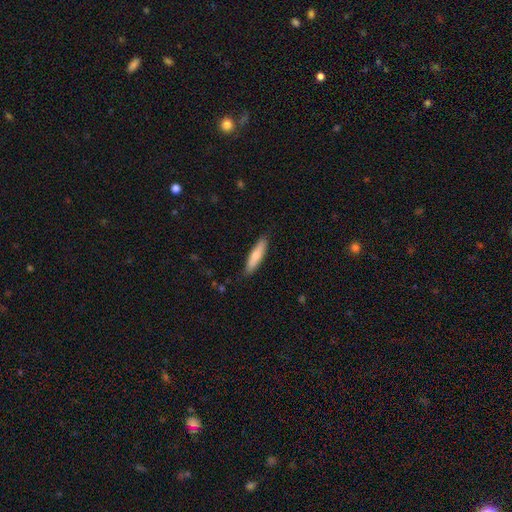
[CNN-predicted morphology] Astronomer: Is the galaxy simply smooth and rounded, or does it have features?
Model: smooth — 74%.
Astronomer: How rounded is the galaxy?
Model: cigar-shaped — 79%.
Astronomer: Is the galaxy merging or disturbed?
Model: none — 87%.